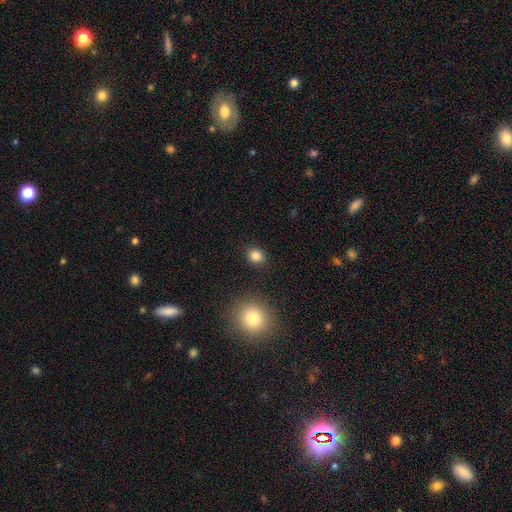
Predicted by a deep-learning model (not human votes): Smooth or featured?
  - smooth: 84% *
  - star or artifact: 11%
  - featured or disk: 5%
How rounded?
  - round: 70% *
  - in between: 29%
  - cigar-shaped: 1%
Merging?
  - none: 89% *
  - minor disturbance: 7%
  - major disturbance: 2%
  - merger: 2%